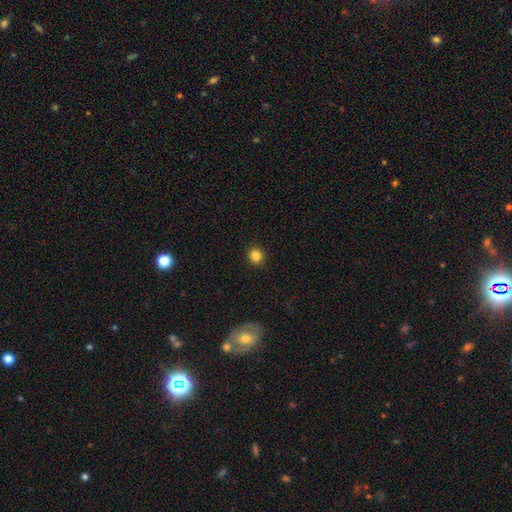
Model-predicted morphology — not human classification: This appears to be a smooth galaxy with no disk features (84%) that is round (90%). Merging: none (92%).